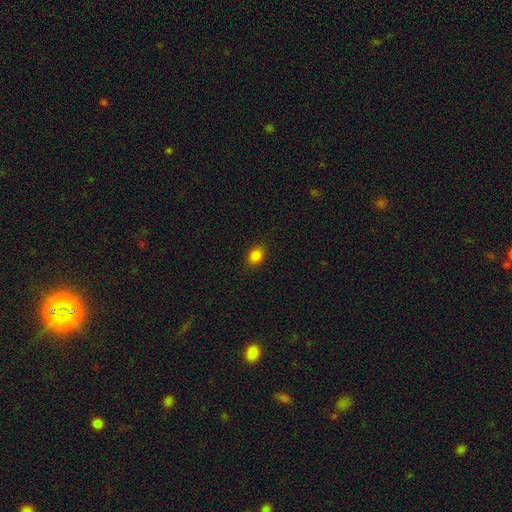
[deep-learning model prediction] Smooth or featured?
  - smooth: 84% *
  - star or artifact: 12%
  - featured or disk: 5%
How rounded?
  - in between: 64% *
  - round: 35%
  - cigar-shaped: 1%
Merging?
  - none: 89% *
  - minor disturbance: 8%
  - major disturbance: 2%
  - merger: 1%